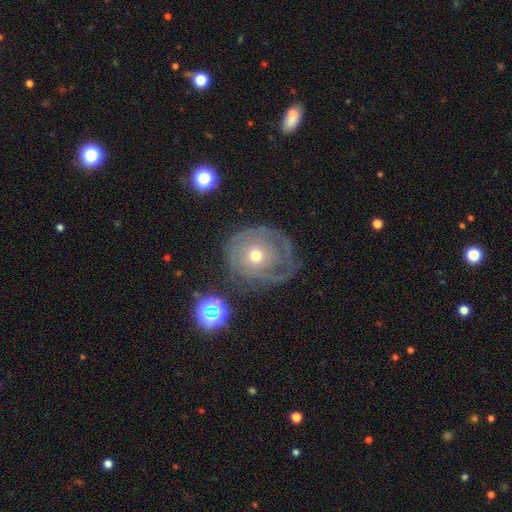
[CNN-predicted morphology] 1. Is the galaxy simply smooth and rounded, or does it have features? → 64% featured or disk, 26% smooth, 9% star or artifact.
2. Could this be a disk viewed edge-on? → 96% no, 4% yes.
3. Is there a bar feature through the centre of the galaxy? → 85% no, 12% weak, 3% strong.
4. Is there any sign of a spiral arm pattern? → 67% yes, 33% no.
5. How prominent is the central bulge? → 52% moderate, 43% small, 3% large, 1% dominant, 1% none.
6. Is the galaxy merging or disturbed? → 51% none, 24% minor disturbance, 21% major disturbance, 4% merger.